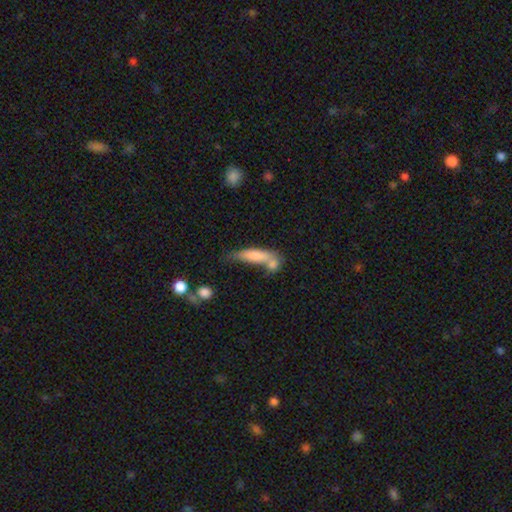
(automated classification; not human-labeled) Smooth or featured: smooth — 75% (featured or disk — 18%)
How rounded: cigar-shaped — 62% (in between — 35%)
Merging: merger — 42% (none — 33%)